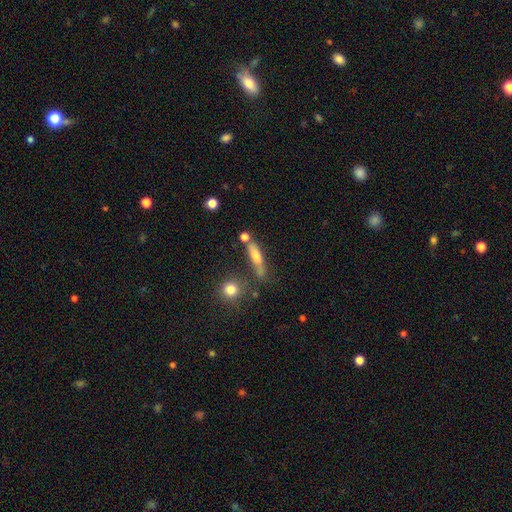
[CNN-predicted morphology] Q: Smooth or featured?
A: smooth (57%); runner-up: featured or disk (33%)
Q: How rounded?
A: cigar-shaped (65%); runner-up: in between (30%)
Q: Merging?
A: none (56%); runner-up: minor disturbance (19%)